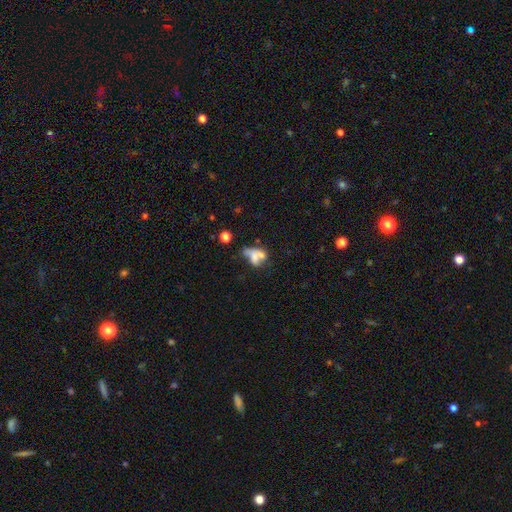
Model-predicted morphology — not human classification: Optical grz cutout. It shows a smooth galaxy with no disk features (52%) that is in between round and cigar-shaped (73%). Merging: merger (44%).